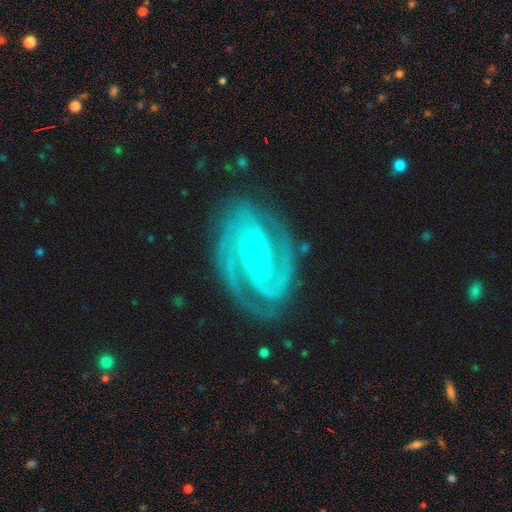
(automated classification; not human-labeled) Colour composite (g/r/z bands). It shows a featured or disk galaxy (92%) with no bar (37%), 2 (65%) tight (67%) spiral arms (99%) and a small central bulge (86%). Merging: none (77%).